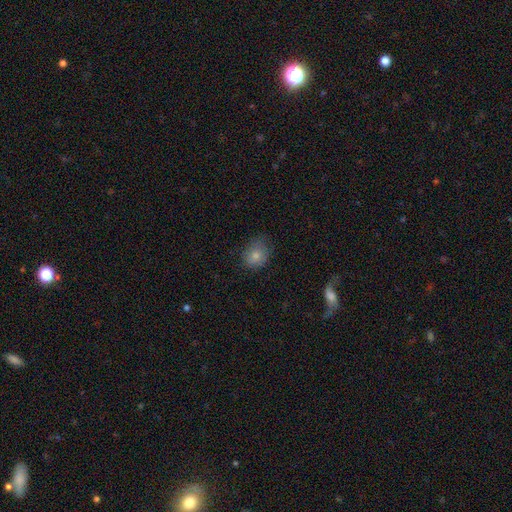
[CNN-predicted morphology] This is clearly a smooth galaxy (81%). How rounded: possibly round (52%). Merging: likely none (71%).